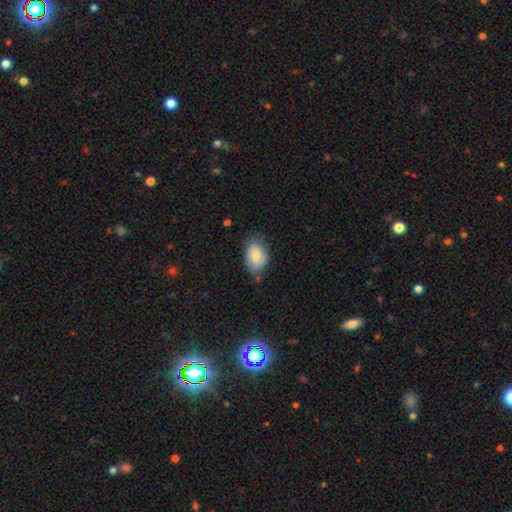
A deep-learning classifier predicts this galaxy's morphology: Smooth or featured? Predicted: smooth (p=0.79). How rounded? Predicted: in between (p=0.85). Merging? Predicted: none (p=0.64).